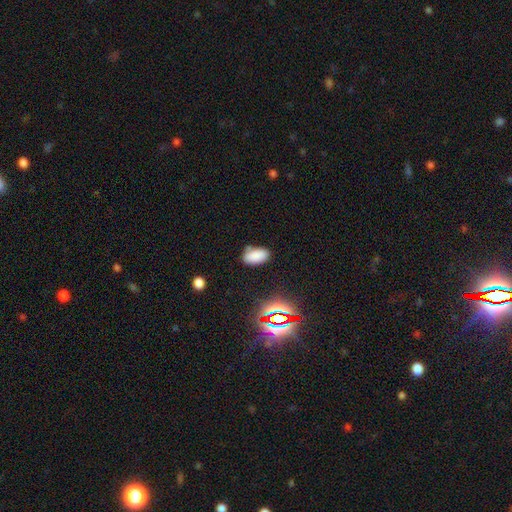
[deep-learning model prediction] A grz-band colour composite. It shows a smooth galaxy with no disk features (81%) that is in between round and cigar-shaped (93%). Merging: none (76%).